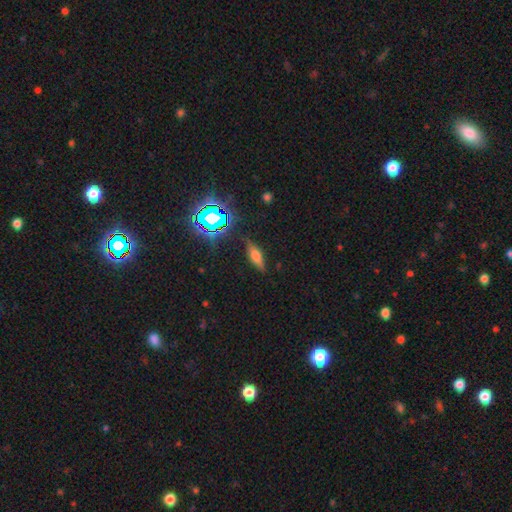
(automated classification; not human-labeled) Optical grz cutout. It shows a smooth galaxy with no disk features (52%) that is in between round and cigar-shaped (56%). Merging: none (80%).